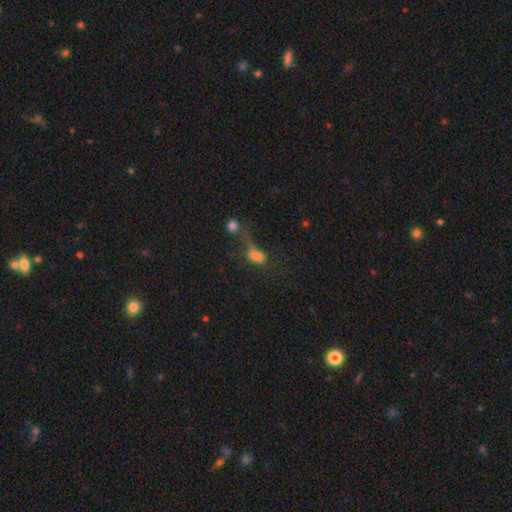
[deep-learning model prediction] Smooth or featured? Predicted: smooth (p=0.61). How rounded? Predicted: in between (p=0.72). Merging? Predicted: major disturbance (p=0.35).